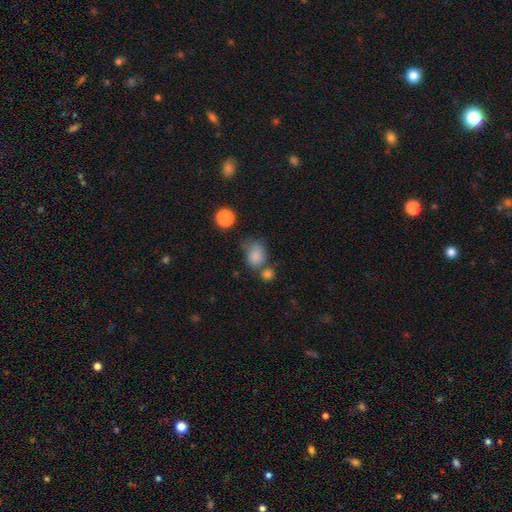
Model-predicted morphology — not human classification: Smooth or featured: smooth — 81% (star or artifact — 11%)
How rounded: in between — 55% (round — 44%)
Merging: none — 43% (minor disturbance — 23%)